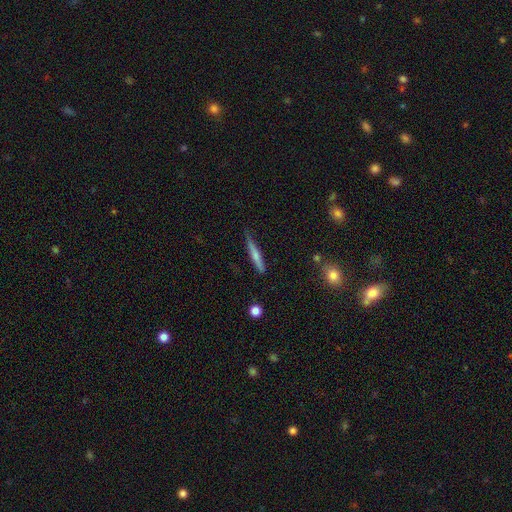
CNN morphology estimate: Overall: smooth (54%; featured or disk 39%). How rounded: cigar-shaped (92%). Merging: none (76%).